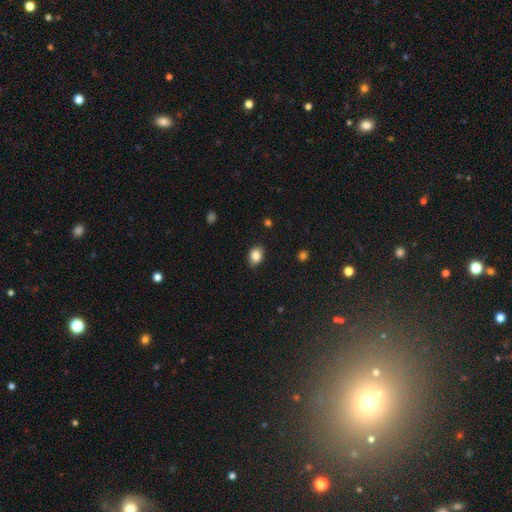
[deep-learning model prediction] smooth_or_featured: smooth (p=0.84) [alt: star or artifact p=0.09]
how_rounded: in between (p=0.69) [alt: round p=0.30]
merging: none (p=0.84) [alt: minor disturbance p=0.13]